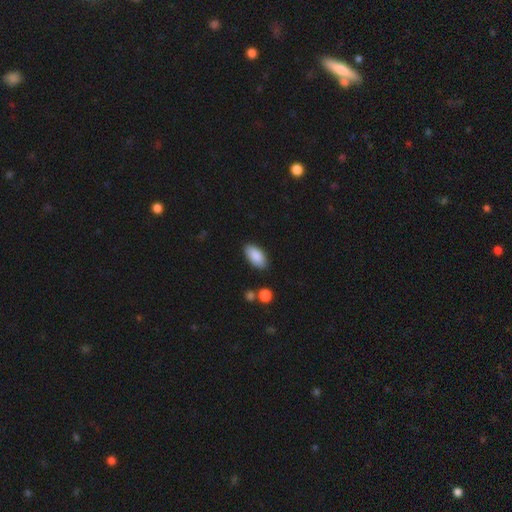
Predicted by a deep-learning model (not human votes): This is clearly a smooth galaxy (88%). How rounded: clearly in between (94%). Merging: clearly none (86%).